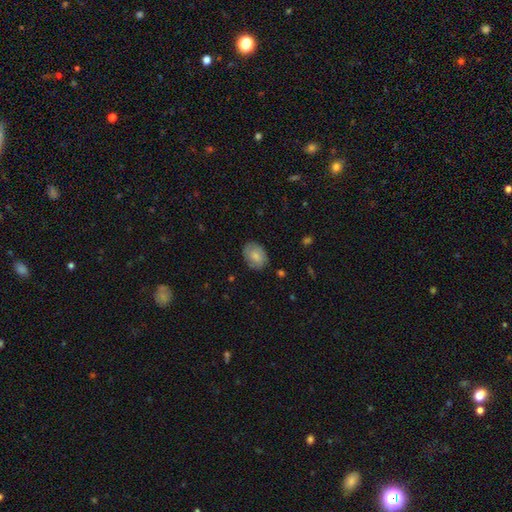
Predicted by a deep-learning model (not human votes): Morphology: type=smooth (78%); roundness=in between (76%); merging=none (79%).